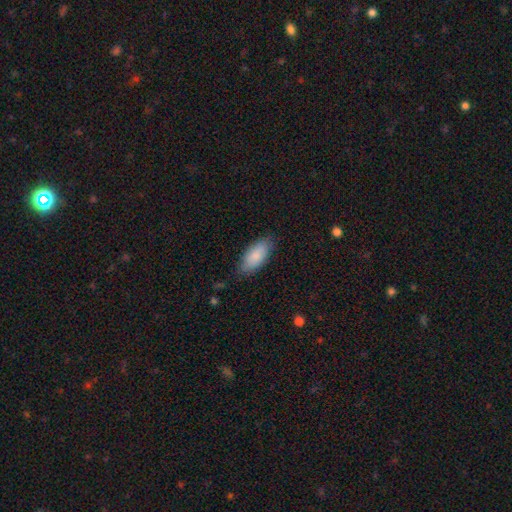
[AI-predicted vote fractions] smooth_or_featured: smooth (p=0.86) [alt: featured or disk p=0.08]
how_rounded: in between (p=0.87) [alt: cigar-shaped p=0.11]
merging: none (p=0.80) [alt: minor disturbance p=0.16]